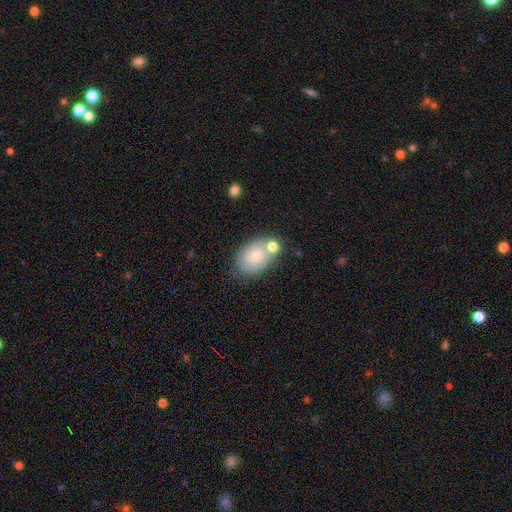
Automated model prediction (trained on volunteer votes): A smooth galaxy with no disk features (66%) that is in between round and cigar-shaped (82%).

Vote fractions:
- Smooth or featured? smooth: 66% / featured or disk: 25% / star or artifact: 8%
- How rounded? in between: 82% / round: 17% / cigar-shaped: 1%
- Merging? none: 56% / merger: 19% / minor disturbance: 19% / major disturbance: 6%